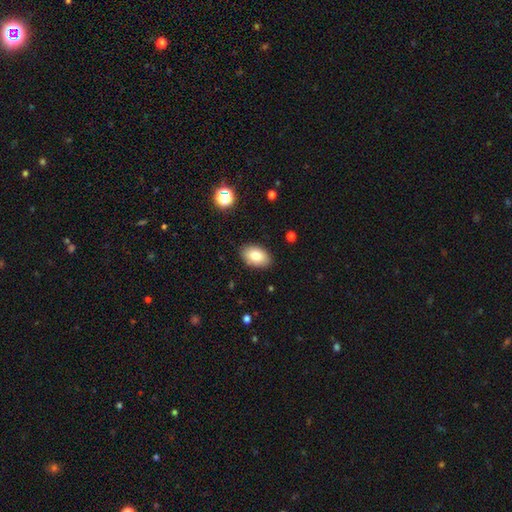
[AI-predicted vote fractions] smooth 83%, featured or disk 9%, star or artifact 8%. Down the decision tree: how rounded — in between (92%); merging — none (87%).